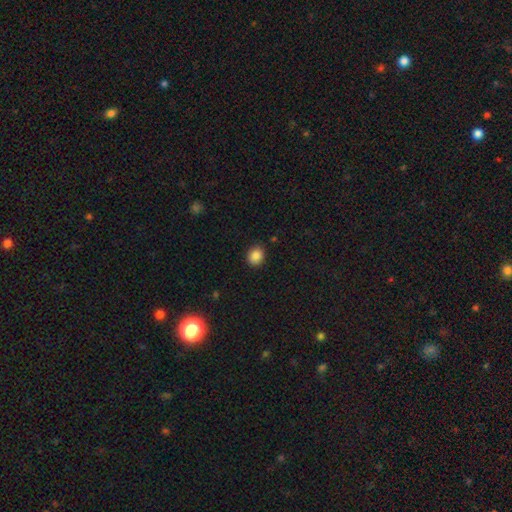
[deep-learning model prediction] smooth_or_featured: smooth (p=0.87) [alt: star or artifact p=0.10]
how_rounded: round (p=0.68) [alt: in between p=0.31]
merging: none (p=0.87) [alt: minor disturbance p=0.09]